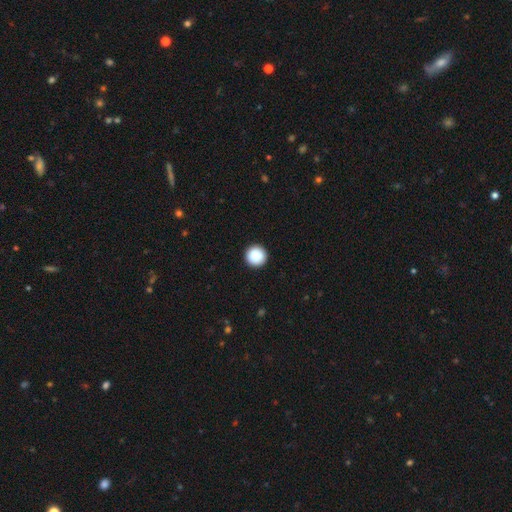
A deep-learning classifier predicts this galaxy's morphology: Smooth or featured? Predicted: smooth (p=0.89). How rounded? Predicted: round (p=0.97). Merging? Predicted: none (p=0.93).